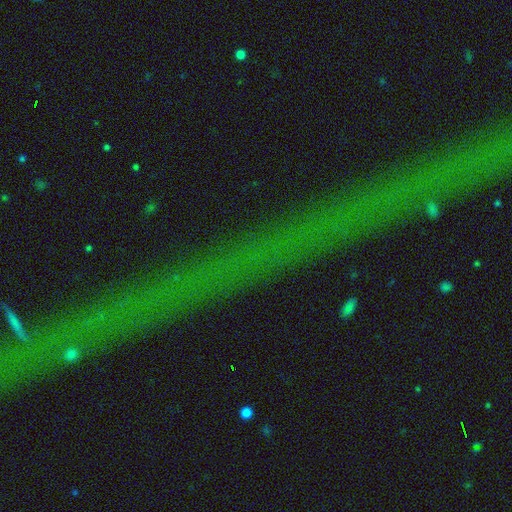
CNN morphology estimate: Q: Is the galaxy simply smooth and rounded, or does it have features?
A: star or artifact — 74%.